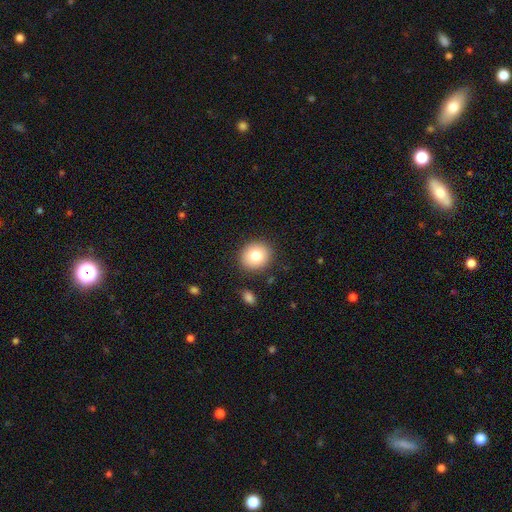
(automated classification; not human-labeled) Morphology: type=smooth (80%); roundness=round (78%); merging=none (88%).